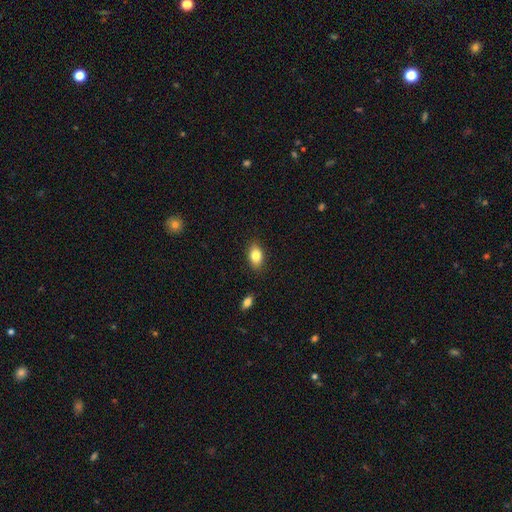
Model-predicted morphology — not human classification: A smooth galaxy with no disk features (81%) that is in between round and cigar-shaped (85%).

Vote fractions:
- Smooth or featured? smooth: 81% / featured or disk: 11% / star or artifact: 8%
- How rounded? in between: 85% / round: 12% / cigar-shaped: 3%
- Merging? none: 86% / minor disturbance: 10% / major disturbance: 2% / merger: 1%